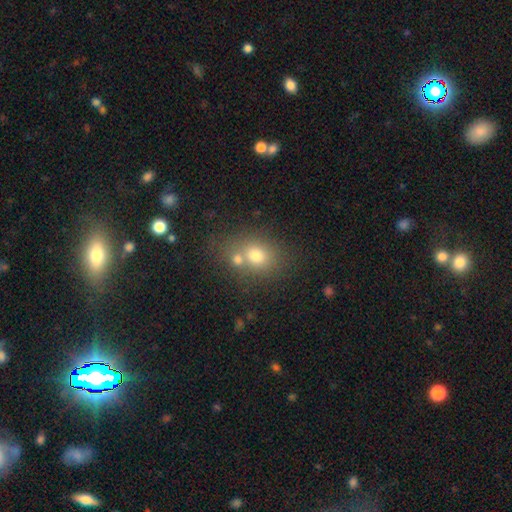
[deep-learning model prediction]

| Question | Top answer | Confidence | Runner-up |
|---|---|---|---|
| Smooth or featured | smooth | 71% | featured or disk (15%) |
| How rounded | round | 63% | in between (36%) |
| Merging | none | 50% | merger (36%) |